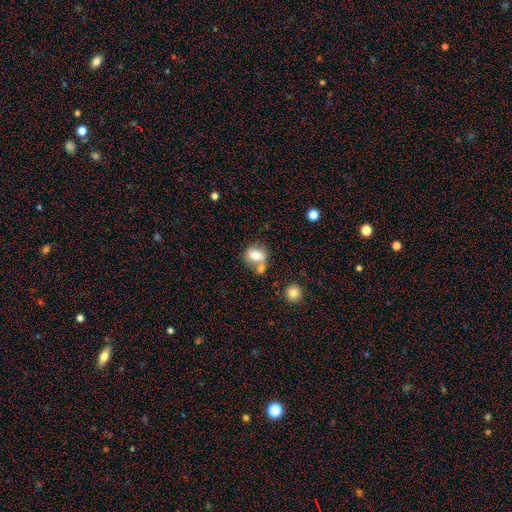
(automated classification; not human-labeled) Smooth or featured: smooth — 70% (featured or disk — 20%)
How rounded: round — 60% (in between — 38%)
Merging: none — 41% (merger — 38%)